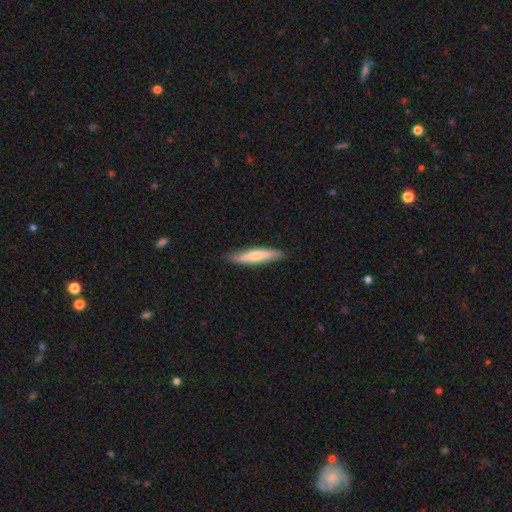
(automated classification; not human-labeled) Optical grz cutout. It shows a smooth galaxy with no disk features (62%) that is cigar-shaped (86%). Merging: none (85%).